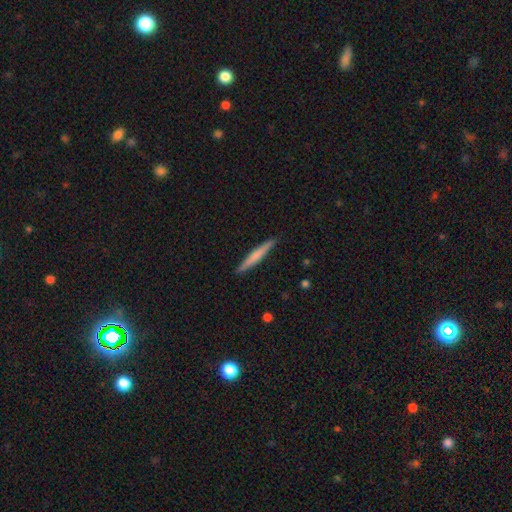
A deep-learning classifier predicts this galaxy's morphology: A smooth galaxy with no disk features (58%) that is cigar-shaped (96%).

Vote fractions:
- Smooth or featured? smooth: 58% / featured or disk: 37% / star or artifact: 5%
- How rounded? cigar-shaped: 96% / in between: 3% / round: 1%
- Merging? none: 91% / minor disturbance: 6% / major disturbance: 1% / merger: 1%